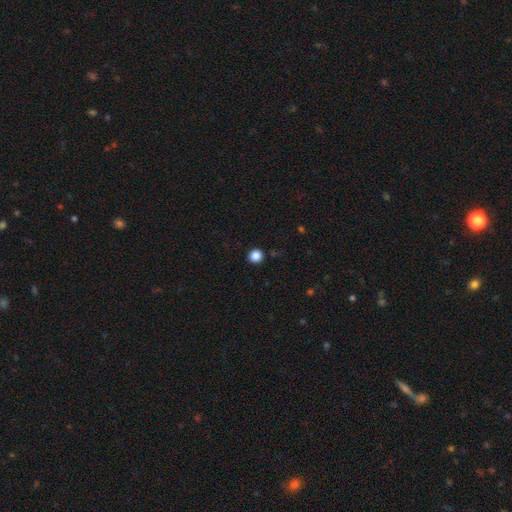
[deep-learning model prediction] Morphology: type=smooth (86%); roundness=round (91%); merging=none (91%).